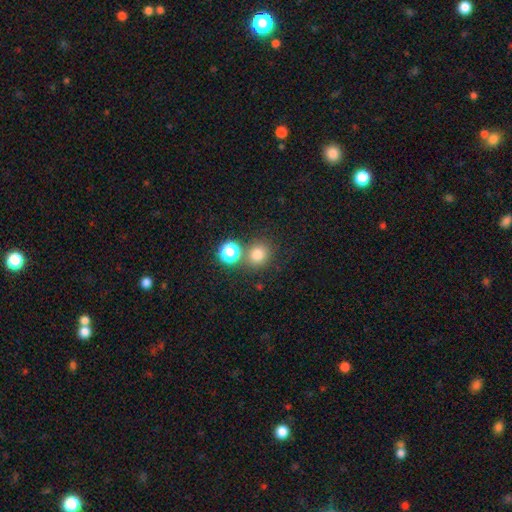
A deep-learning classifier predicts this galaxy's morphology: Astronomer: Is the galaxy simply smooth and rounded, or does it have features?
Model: smooth — 76%.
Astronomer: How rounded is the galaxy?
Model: round — 84%.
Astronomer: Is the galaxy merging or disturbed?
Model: none — 73%.